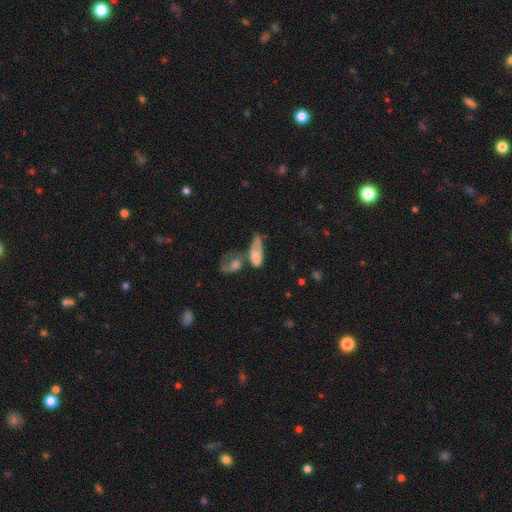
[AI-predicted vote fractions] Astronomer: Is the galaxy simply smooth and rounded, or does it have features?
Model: smooth — 65%.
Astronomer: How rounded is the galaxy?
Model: in between — 77%.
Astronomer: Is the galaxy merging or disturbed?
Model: merger — 42% (runner-up: major disturbance, 23%).